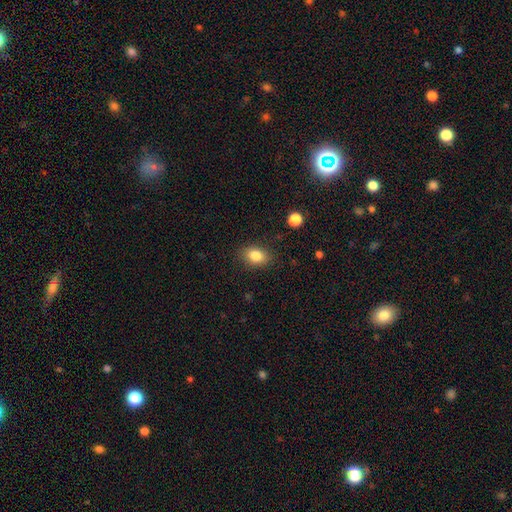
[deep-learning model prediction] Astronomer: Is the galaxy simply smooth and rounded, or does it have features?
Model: smooth — 83%.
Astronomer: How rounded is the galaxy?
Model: in between — 79%.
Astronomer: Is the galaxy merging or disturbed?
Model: none — 86%.